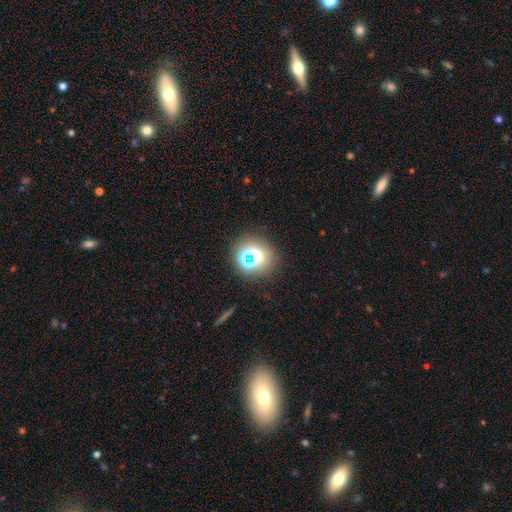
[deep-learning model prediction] smooth-or-featured: star or artifact: 43% (tied) | smooth: 43% (tied) | featured or disk: 14%